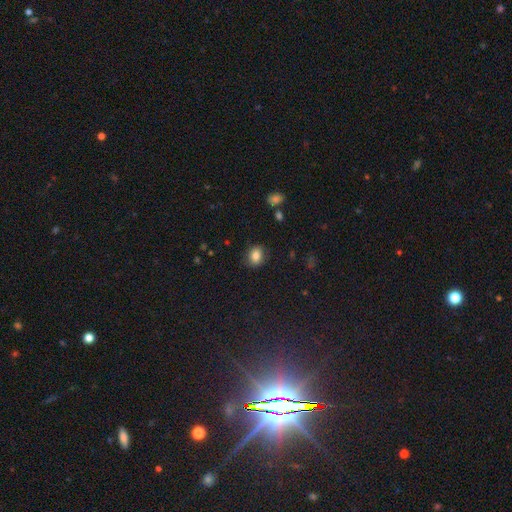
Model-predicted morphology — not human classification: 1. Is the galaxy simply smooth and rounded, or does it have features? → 82% smooth, 10% star or artifact, 8% featured or disk.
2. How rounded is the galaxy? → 56% round, 43% in between, 1% cigar-shaped.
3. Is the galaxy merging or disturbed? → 84% none, 11% minor disturbance, 3% major disturbance, 1% merger.